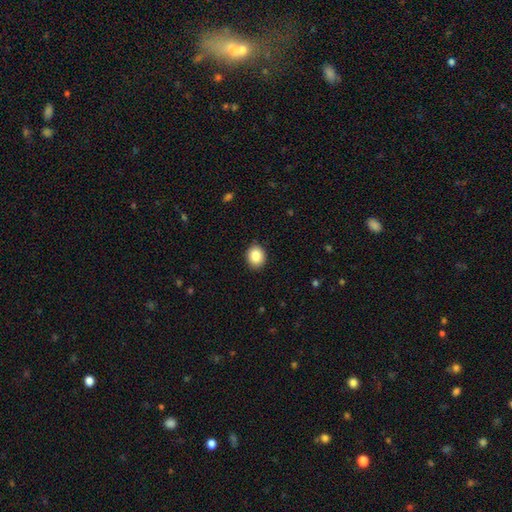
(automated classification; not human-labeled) A smooth galaxy with no disk features (86%) that is round (61%).

Vote fractions:
- Smooth or featured? smooth: 86% / star or artifact: 8% / featured or disk: 6%
- How rounded? round: 61% / in between: 38% / cigar-shaped: 1%
- Merging? none: 90% / minor disturbance: 7% / major disturbance: 2% / merger: 1%